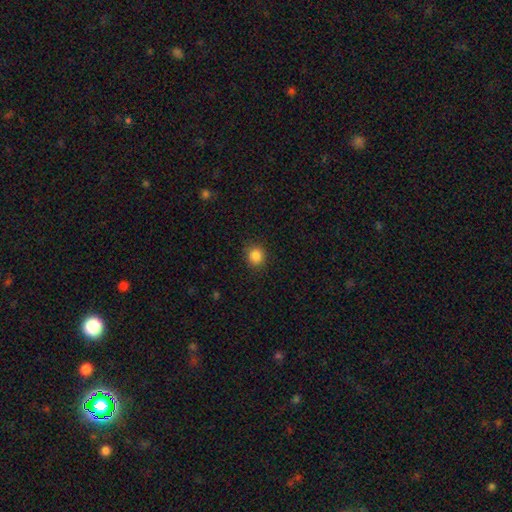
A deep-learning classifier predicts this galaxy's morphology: The model was most divided on "how rounded": round: 87%, in between: 12%, cigar-shaped: 1%. More confident: merging — none (89%); smooth or featured — smooth (86%).